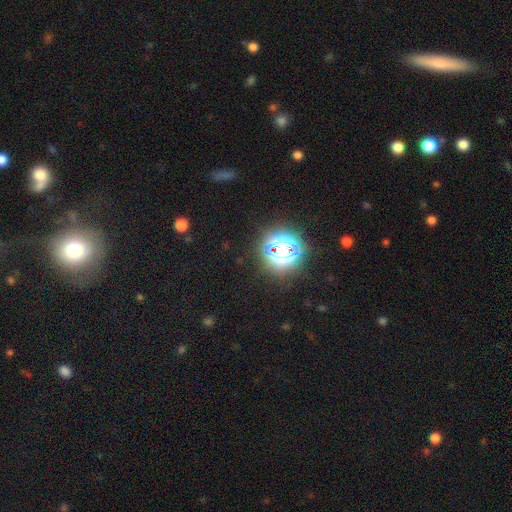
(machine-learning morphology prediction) Smooth or featured? Predicted: star or artifact (p=0.74).